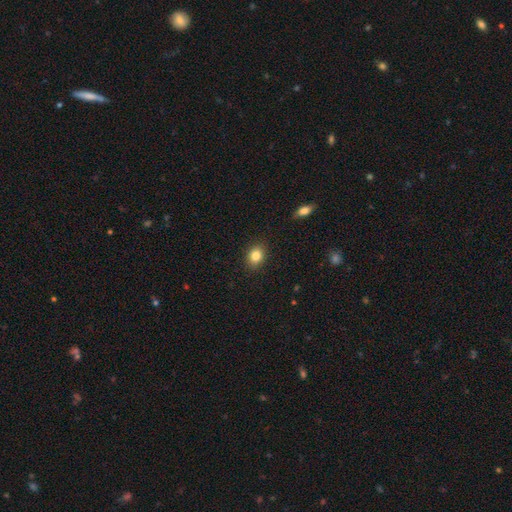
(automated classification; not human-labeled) A smooth galaxy with no disk features (84%) that is in between round and cigar-shaped (54%).

Vote fractions:
- Smooth or featured? smooth: 84% / star or artifact: 10% / featured or disk: 6%
- How rounded? in between: 54% / round: 45% / cigar-shaped: 1%
- Merging? none: 88% / minor disturbance: 9% / major disturbance: 2% / merger: 1%